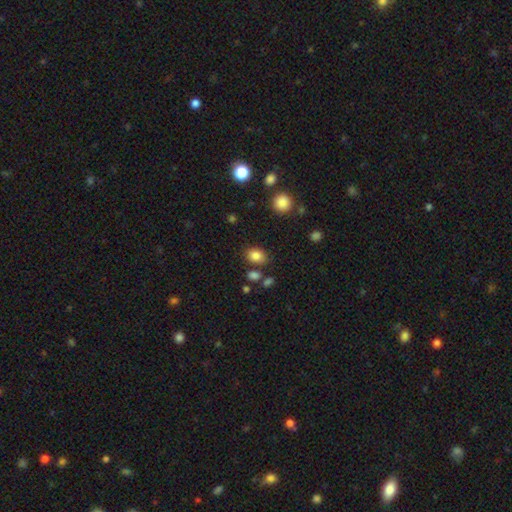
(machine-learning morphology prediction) This appears to be a smooth galaxy with no disk features (84%) that is in between round and cigar-shaped (70%). Merging: none (75%).